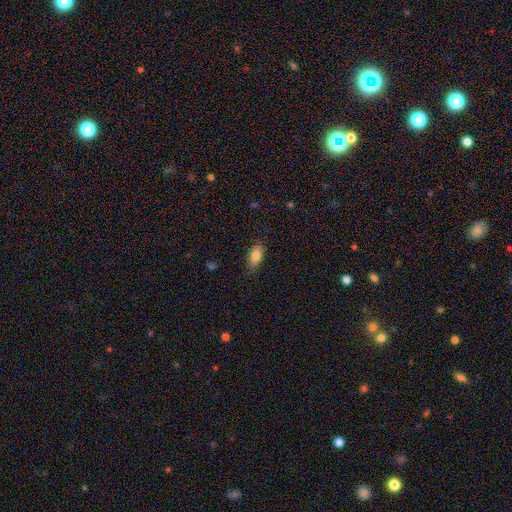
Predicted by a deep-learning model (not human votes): Smooth or featured: smooth — 83% (featured or disk — 9%)
How rounded: in between — 88% (cigar-shaped — 7%)
Merging: none — 75% (minor disturbance — 20%)